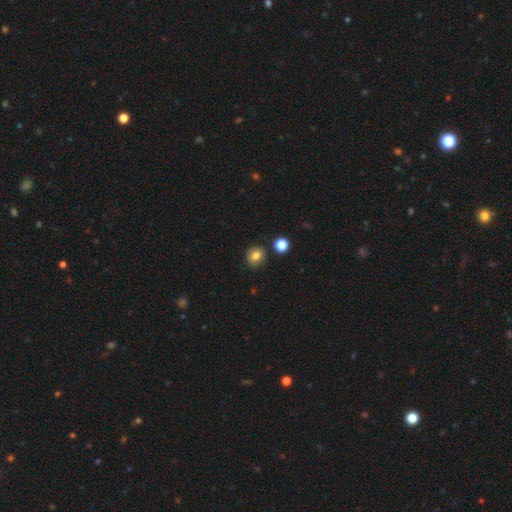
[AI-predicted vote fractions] Smooth or featured? Predicted: smooth (p=0.80). How rounded? Predicted: round (p=0.77). Merging? Predicted: none (p=0.85).